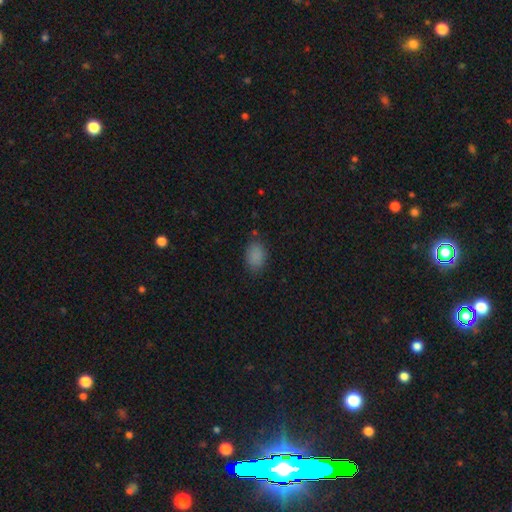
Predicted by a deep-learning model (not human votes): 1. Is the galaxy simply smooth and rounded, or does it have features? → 86% smooth, 11% star or artifact, 4% featured or disk.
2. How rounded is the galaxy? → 80% in between, 19% round, 1% cigar-shaped.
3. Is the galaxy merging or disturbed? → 79% none, 15% minor disturbance, 4% major disturbance, 2% merger.